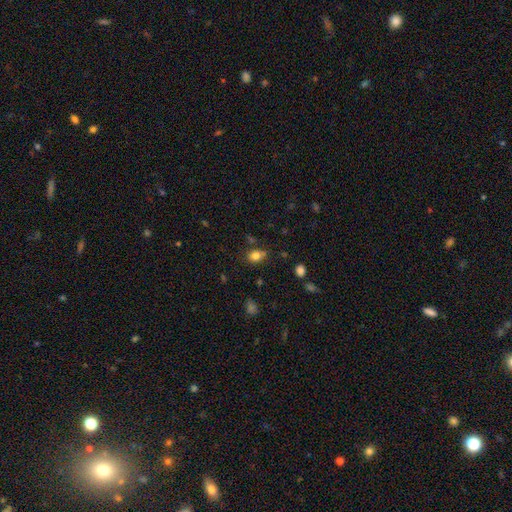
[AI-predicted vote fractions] Overall: smooth (81%). How rounded: in between (55%; round 44%). Merging: none (69%).